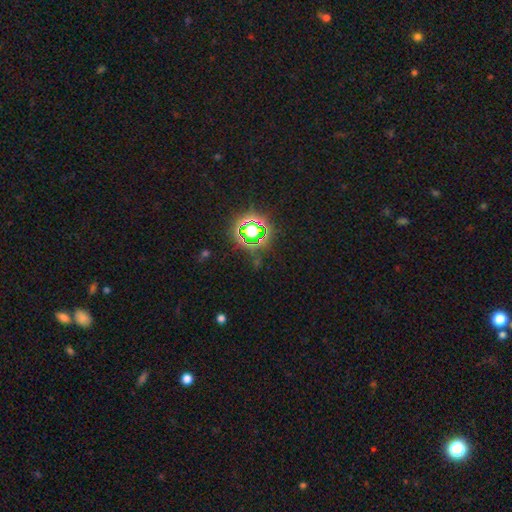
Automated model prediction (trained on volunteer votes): A star or artifact, not a galaxy (78%).

Vote fractions:
- Smooth or featured? star or artifact: 78% / smooth: 14% / featured or disk: 7%